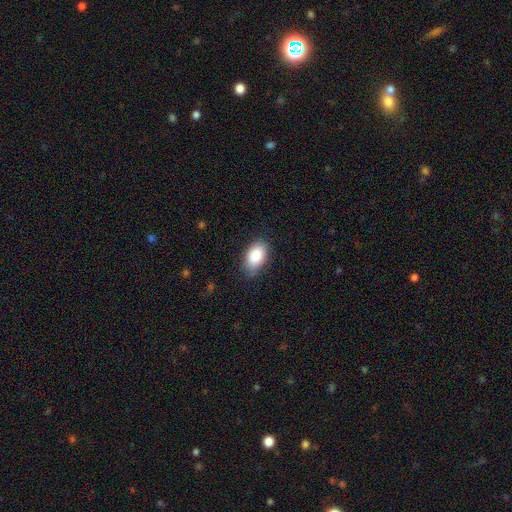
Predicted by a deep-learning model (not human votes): This appears to be a smooth galaxy with no disk features (86%) that is in between round and cigar-shaped (93%). Merging: none (78%).